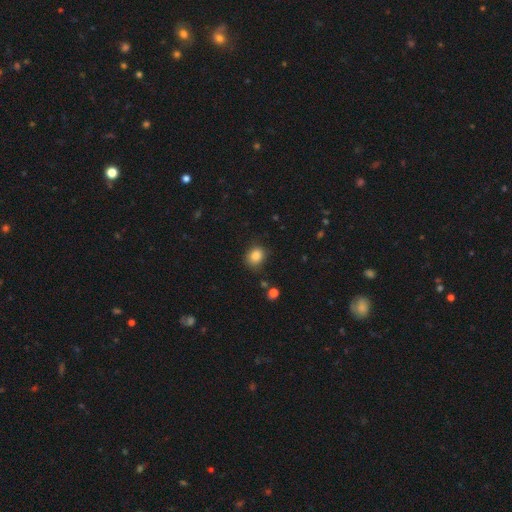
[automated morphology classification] Smooth or featured: smooth — 85% (star or artifact — 10%)
How rounded: round — 53% (in between — 46%)
Merging: none — 78% (minor disturbance — 17%)